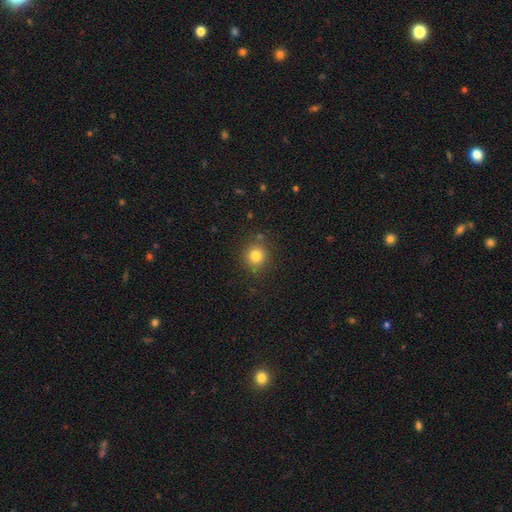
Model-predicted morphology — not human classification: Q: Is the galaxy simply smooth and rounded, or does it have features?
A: smooth — 81%.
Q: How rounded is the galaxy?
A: round — 87%.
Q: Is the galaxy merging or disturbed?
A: none — 85%.